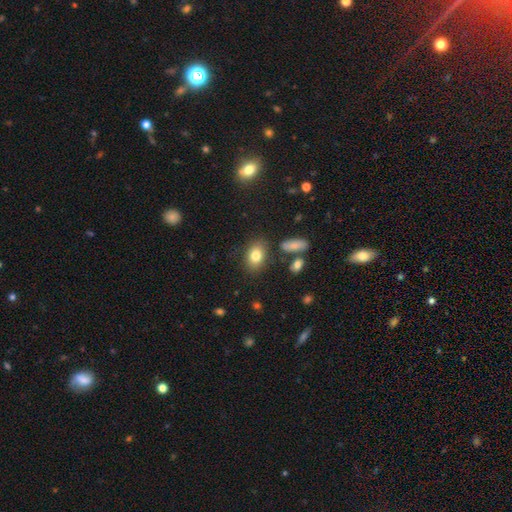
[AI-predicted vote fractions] Smooth or featured?
  - smooth: 81% *
  - featured or disk: 10%
  - star or artifact: 9%
How rounded?
  - in between: 78% *
  - round: 21%
  - cigar-shaped: 1%
Merging?
  - none: 80% *
  - minor disturbance: 12%
  - merger: 4%
  - major disturbance: 4%